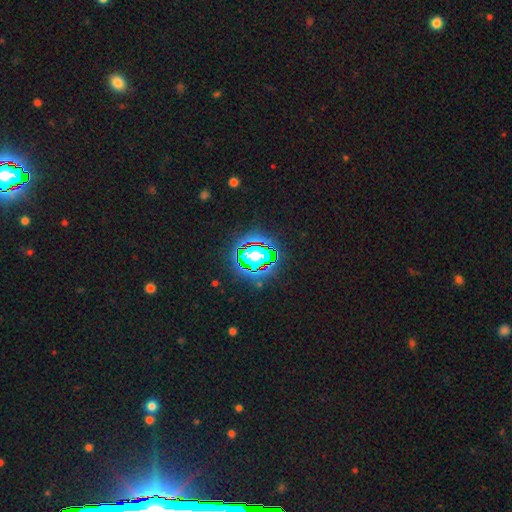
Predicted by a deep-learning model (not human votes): The model was most divided on "smooth or featured": star or artifact: 83%, smooth: 10%, featured or disk: 7%.